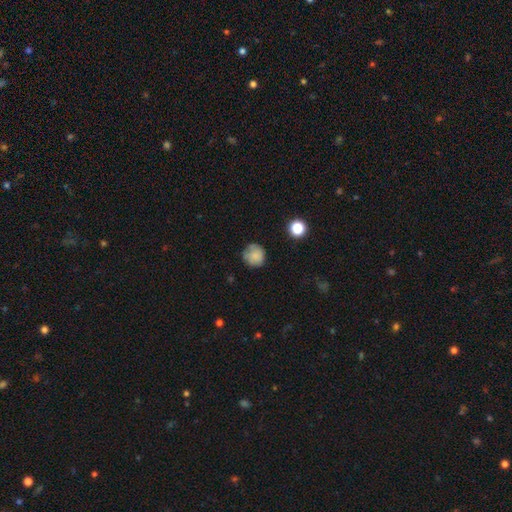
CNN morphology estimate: This appears to be a smooth galaxy with no disk features (80%) that is round (90%). Merging: none (73%).